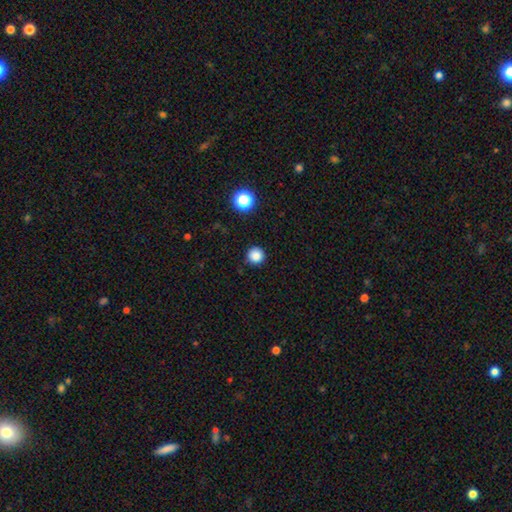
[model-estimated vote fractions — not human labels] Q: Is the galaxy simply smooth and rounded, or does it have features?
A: smooth — 85%.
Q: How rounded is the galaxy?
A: round — 96%.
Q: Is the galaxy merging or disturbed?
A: none — 92%.